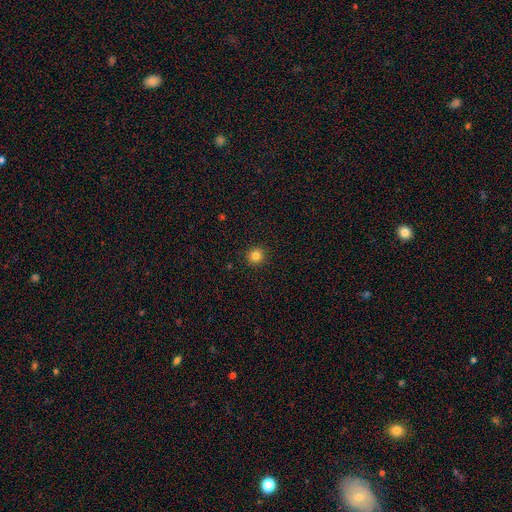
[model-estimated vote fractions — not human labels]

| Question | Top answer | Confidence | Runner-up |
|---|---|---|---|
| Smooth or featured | smooth | 83% | star or artifact (13%) |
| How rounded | round | 95% | in between (5%) |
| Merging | none | 93% | minor disturbance (5%) |